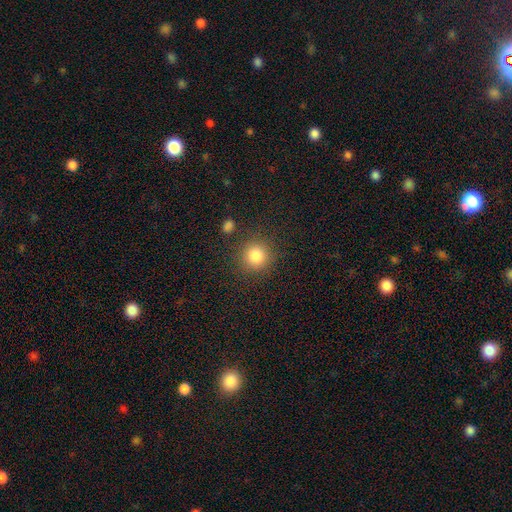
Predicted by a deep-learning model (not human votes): The model was most divided on "smooth or featured": smooth: 84%, star or artifact: 11%, featured or disk: 5%. More confident: how rounded — round (92%); merging — none (86%).